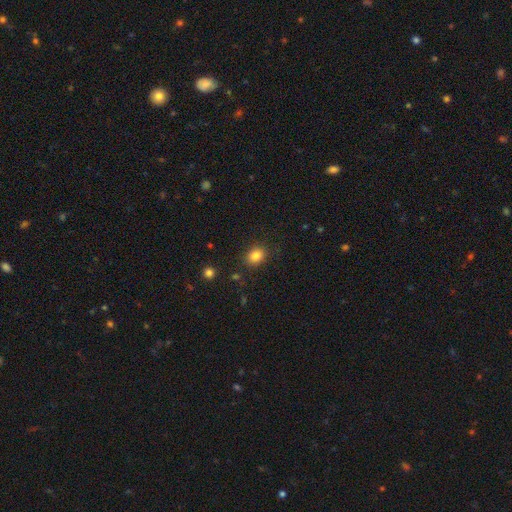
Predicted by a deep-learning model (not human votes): Overall: smooth (84%). How rounded: round (50%; in between 49%). Merging: none (85%).